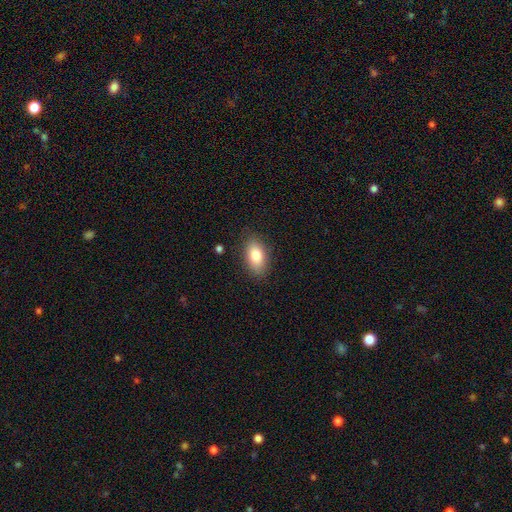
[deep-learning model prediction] Smooth or featured? Predicted: smooth (p=0.81). How rounded? Predicted: in between (p=0.90). Merging? Predicted: none (p=0.85).